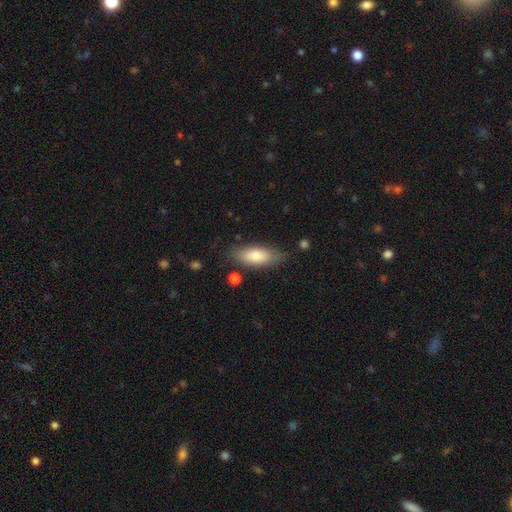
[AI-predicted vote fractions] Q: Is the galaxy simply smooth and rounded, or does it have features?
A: smooth — 77%.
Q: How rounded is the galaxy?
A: in between — 73%.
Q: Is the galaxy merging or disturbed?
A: none — 78%.